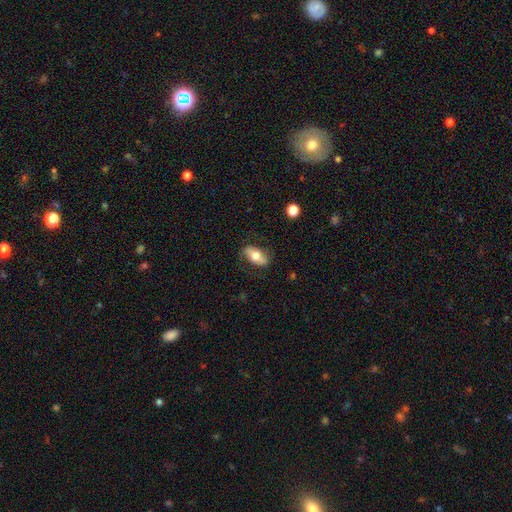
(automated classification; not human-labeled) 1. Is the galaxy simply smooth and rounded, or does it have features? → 61% smooth, 32% featured or disk, 7% star or artifact.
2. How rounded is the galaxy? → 86% in between, 8% cigar-shaped, 6% round.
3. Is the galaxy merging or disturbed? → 76% none, 16% minor disturbance, 6% major disturbance, 1% merger.